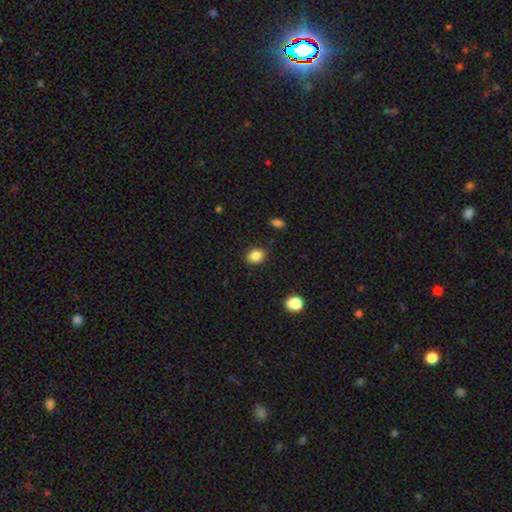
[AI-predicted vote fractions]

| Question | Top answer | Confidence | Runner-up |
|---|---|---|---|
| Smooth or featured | smooth | 86% | star or artifact (10%) |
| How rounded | in between | 58% | round (41%) |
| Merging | none | 87% | minor disturbance (9%) |